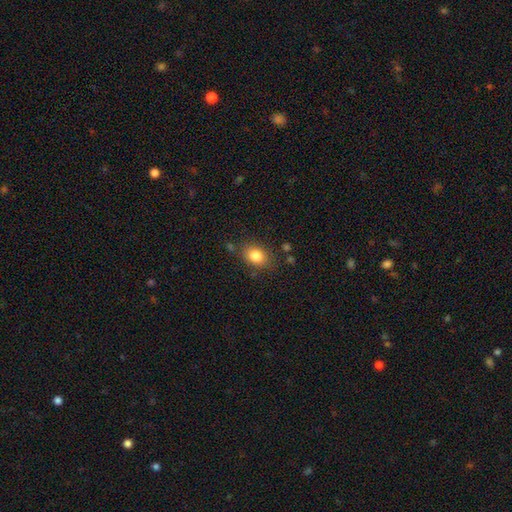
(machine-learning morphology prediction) Smooth or featured? Predicted: smooth (p=0.83). How rounded? Predicted: in between (p=0.68). Merging? Predicted: none (p=0.79).